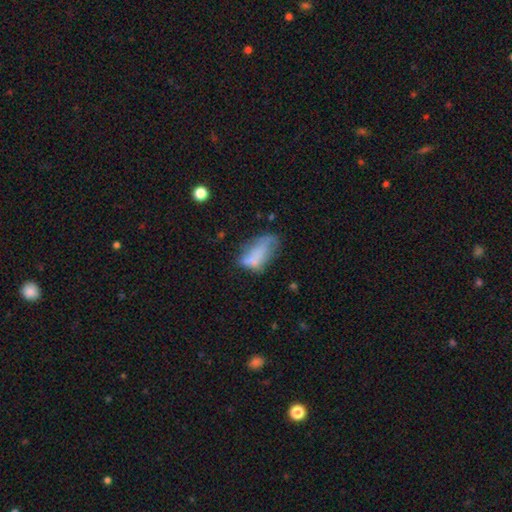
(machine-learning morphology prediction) This is likely a smooth galaxy (63%). How rounded: clearly in between (86%). Merging: marginally minor disturbance (32%).